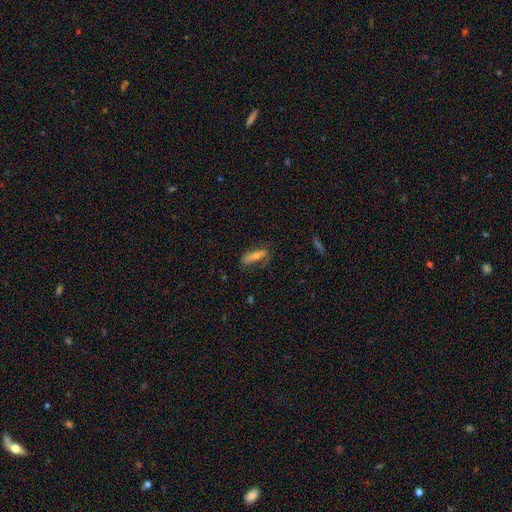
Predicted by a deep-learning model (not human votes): Smooth or featured? Predicted: smooth (p=0.49). Merging? Predicted: none (p=0.66).